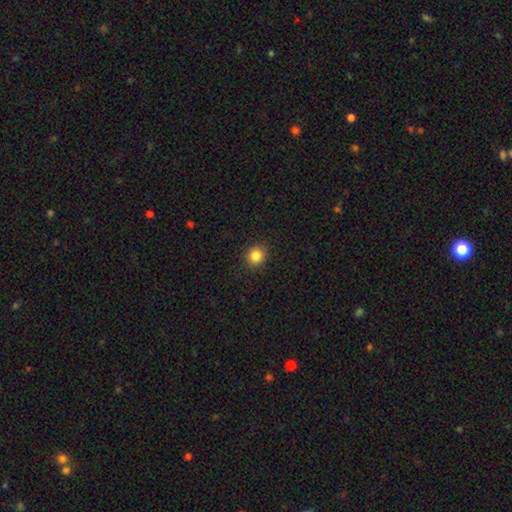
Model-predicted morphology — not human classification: Smooth or featured? Predicted: smooth (p=0.85). How rounded? Predicted: round (p=0.88). Merging? Predicted: none (p=0.91).